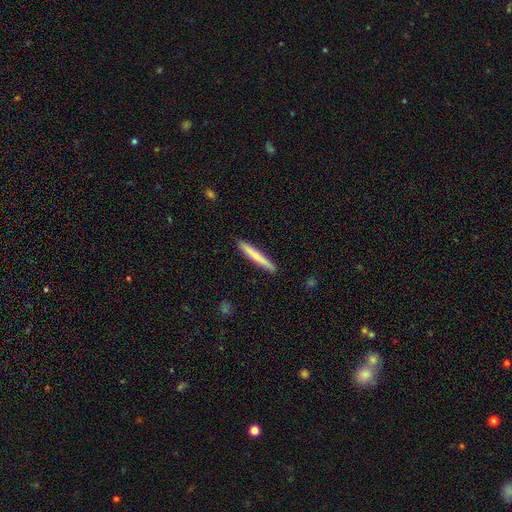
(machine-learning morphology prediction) This is likely a smooth galaxy (74%). How rounded: clearly cigar-shaped (97%). Merging: clearly none (92%).